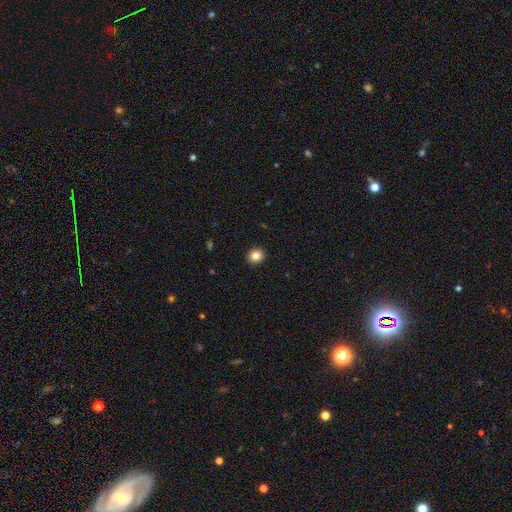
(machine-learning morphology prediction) smooth-or-featured: smooth: 85% | star or artifact: 10% | featured or disk: 5%
  how-rounded: round: 79% | in between: 20% | cigar-shaped: 1%
  merging: none: 92% | minor disturbance: 5% | major disturbance: 2% | merger: 1%